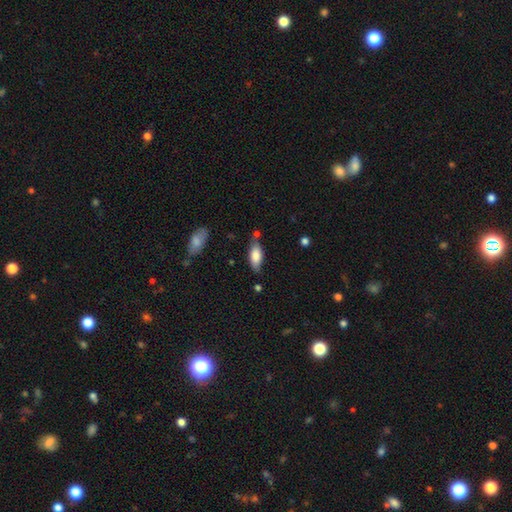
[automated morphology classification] A smooth galaxy with no disk features (78%) that is in between round and cigar-shaped (81%).

Vote fractions:
- Smooth or featured? smooth: 78% / featured or disk: 15% / star or artifact: 6%
- How rounded? in between: 81% / cigar-shaped: 17% / round: 2%
- Merging? none: 69% / minor disturbance: 20% / merger: 7% / major disturbance: 4%